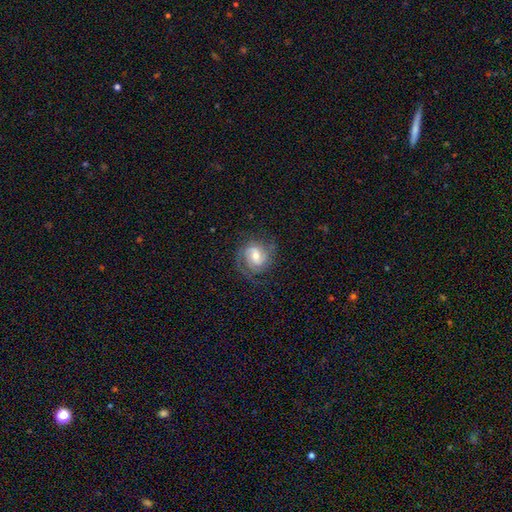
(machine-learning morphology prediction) A featured or disk galaxy (81%) with a weak bar (51%), 2 (64%) tight (51%) spiral arms (96%) and a moderate central bulge (59%).

Vote fractions:
- Smooth or featured? featured or disk: 81% / smooth: 13% / star or artifact: 7%
- Edge-on disk? no: 97% / yes: 3%
- Bar? weak: 51% / no: 33% / strong: 17%
- Spiral arms? yes: 96% / no: 4%
- Spiral winding? tight: 51% / medium: 38% / loose: 11%
- Spiral arm count? 2: 64% / can't tell: 14% / 3: 11% / 1: 6% / 4: 3% / more than 4: 2%
- Bulge size? moderate: 59% / small: 32% / large: 6% / none: 2% / dominant: 1%
- Merging? none: 73% / minor disturbance: 16% / major disturbance: 10% / merger: 1%